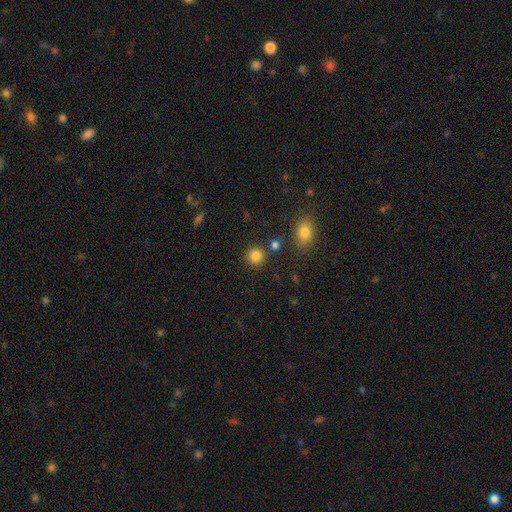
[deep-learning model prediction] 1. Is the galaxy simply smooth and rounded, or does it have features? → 84% smooth, 11% star or artifact, 5% featured or disk.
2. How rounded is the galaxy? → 89% round, 10% in between, 1% cigar-shaped.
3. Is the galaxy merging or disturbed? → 83% none, 7% minor disturbance, 7% merger, 3% major disturbance.